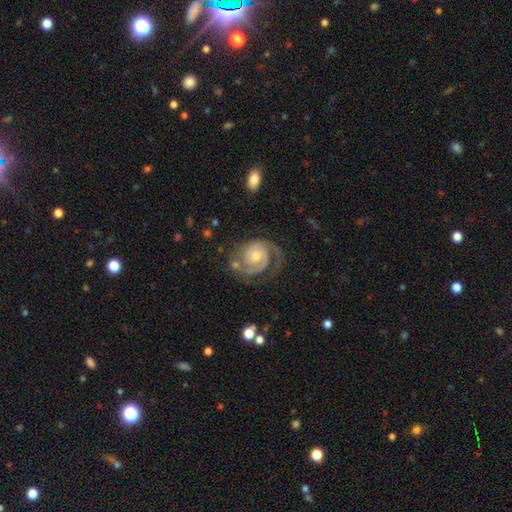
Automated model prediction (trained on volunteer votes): The model was most divided on "bulge size": small: 47%, moderate: 43%, large: 4%, none: 4%, dominant: 1%. More confident: edge-on disk — no (98%); spiral arms — yes (97%); smooth or featured — featured or disk (87%); spiral arm count — 2 (69%); merging — none (64%); bar — no (63%); spiral winding — tight (52%).